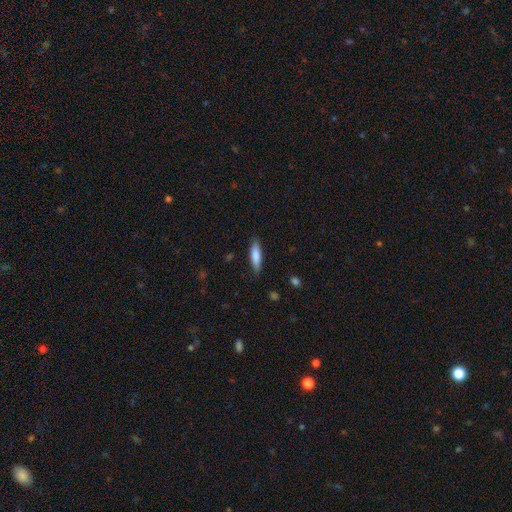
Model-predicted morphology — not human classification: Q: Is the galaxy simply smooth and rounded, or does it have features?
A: smooth — 80%.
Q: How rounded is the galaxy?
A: cigar-shaped — 66%.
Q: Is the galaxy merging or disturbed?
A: none — 84%.